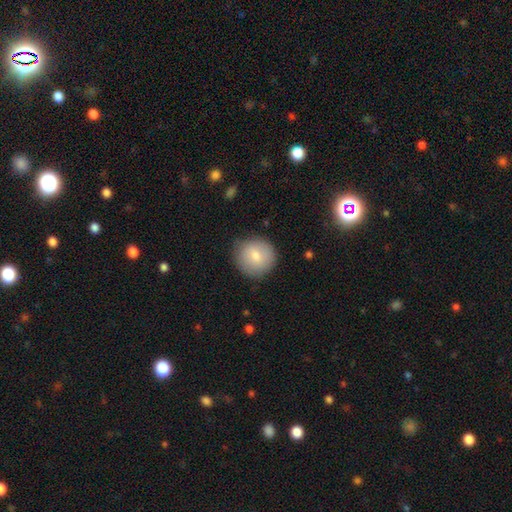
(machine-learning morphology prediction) type=smooth (77%); roundness=round (92%); merging=none (83%).